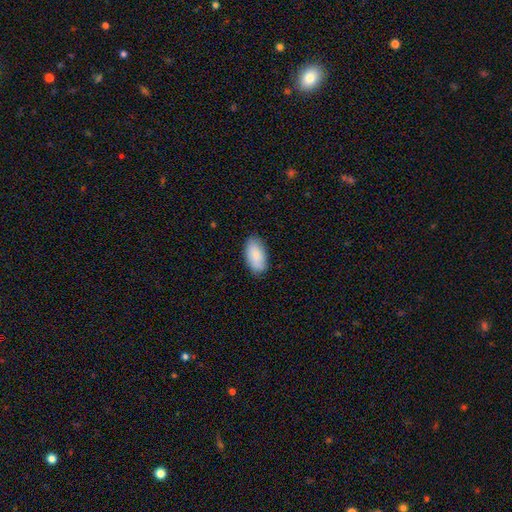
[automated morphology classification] Overall: smooth (83%). How rounded: in between (94%). Merging: none (83%).